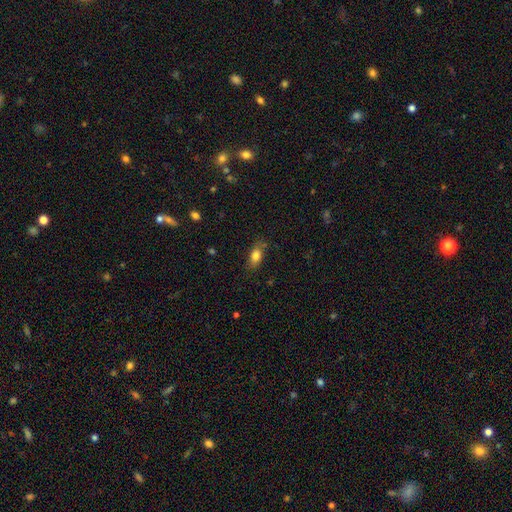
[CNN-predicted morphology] smooth_or_featured: smooth (p=0.79) [alt: featured or disk p=0.12]
how_rounded: in between (p=0.84) [alt: round p=0.08]
merging: none (p=0.76) [alt: minor disturbance p=0.17]